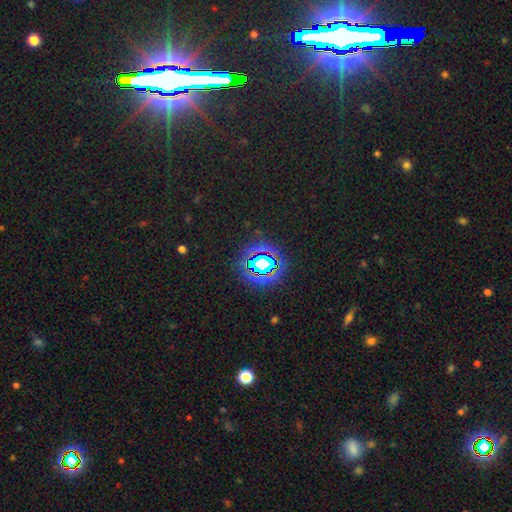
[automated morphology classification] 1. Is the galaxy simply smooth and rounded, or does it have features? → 80% star or artifact, 12% smooth, 8% featured or disk.